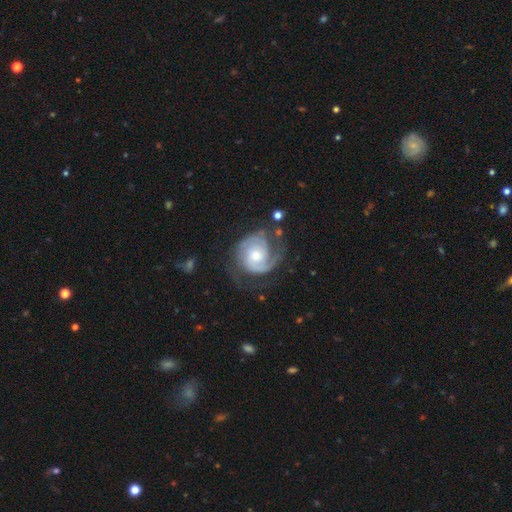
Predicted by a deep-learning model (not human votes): Smooth or featured? featured or disk (87%)
Edge-on disk? no (98%)
Bar? no (68%)
Spiral arms? yes (97%)
Spiral winding? tight (55%)
Spiral arm count? 2 (60%)
Bulge size? moderate (58%)
Merging? none (65%)